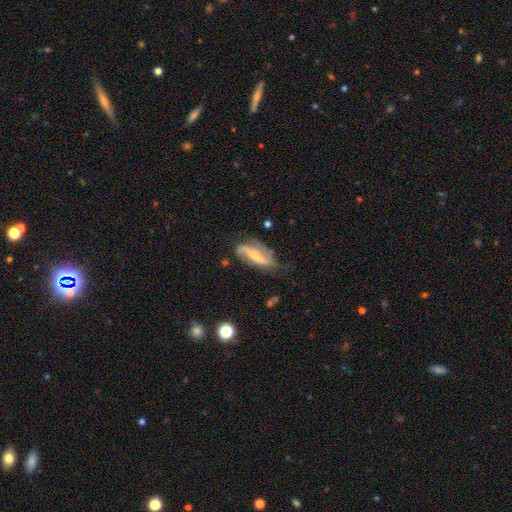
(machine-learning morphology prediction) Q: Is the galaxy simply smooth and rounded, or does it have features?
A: featured or disk — 71%.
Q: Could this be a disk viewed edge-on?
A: no — 86%.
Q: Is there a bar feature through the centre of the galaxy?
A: strong — 45%.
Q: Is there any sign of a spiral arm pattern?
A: yes — 90%.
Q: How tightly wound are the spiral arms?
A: loose — 54%.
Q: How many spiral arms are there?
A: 2 — 84%.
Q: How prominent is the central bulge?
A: small — 52%.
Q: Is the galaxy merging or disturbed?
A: none — 63%.